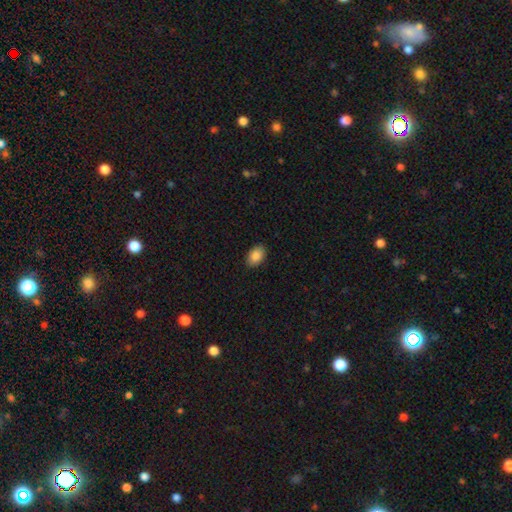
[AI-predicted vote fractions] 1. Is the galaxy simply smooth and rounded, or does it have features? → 88% smooth, 7% star or artifact, 5% featured or disk.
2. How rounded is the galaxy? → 90% in between, 9% round, 1% cigar-shaped.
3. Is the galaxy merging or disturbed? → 90% none, 8% minor disturbance, 2% major disturbance, 1% merger.